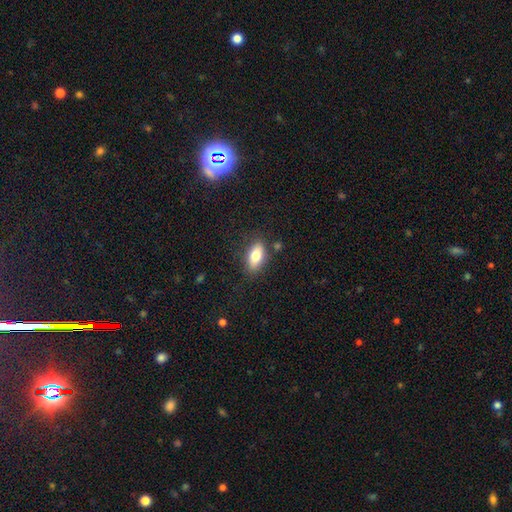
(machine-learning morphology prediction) This appears to be a smooth galaxy with no disk features (77%) that is in between round and cigar-shaped (85%). Merging: none (81%).